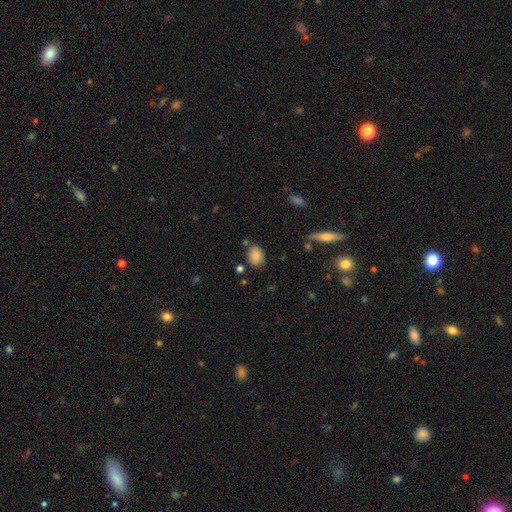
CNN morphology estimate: This appears to be a smooth galaxy with no disk features (82%) that is in between round and cigar-shaped (75%). Merging: none (78%).